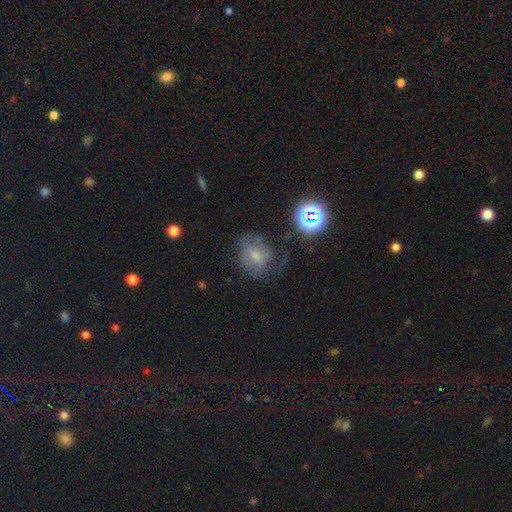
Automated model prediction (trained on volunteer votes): Smooth or featured: smooth — 42% (featured or disk — 41%)
Merging: none — 45% (minor disturbance — 26%)